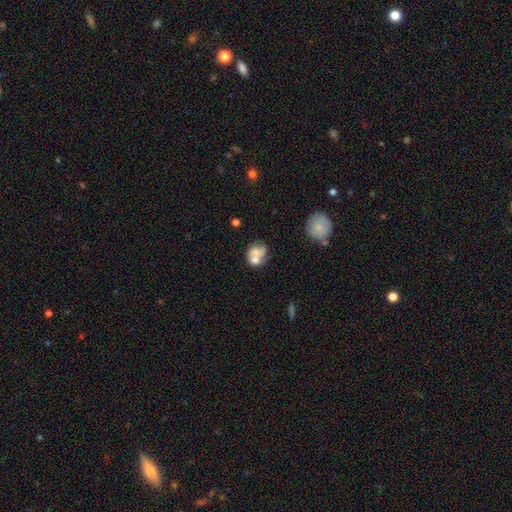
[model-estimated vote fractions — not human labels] smooth 56%, featured or disk 34%, star or artifact 9%. Down the decision tree: how rounded — round (56%); merging — merger (42%).